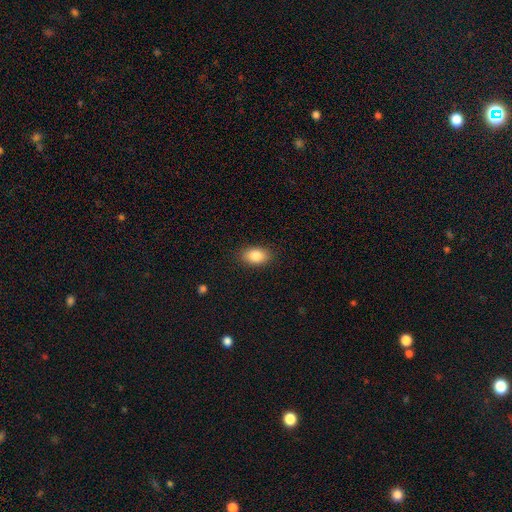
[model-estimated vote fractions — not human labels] smooth-or-featured: smooth: 86% | star or artifact: 8% | featured or disk: 6%
  how-rounded: in between: 86% | round: 12% | cigar-shaped: 1%
  merging: none: 88% | minor disturbance: 9% | major disturbance: 2% | merger: 1%